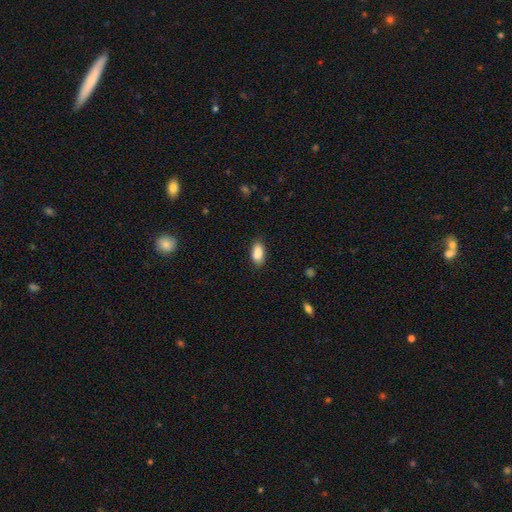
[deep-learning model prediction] smooth 88%, star or artifact 7%, featured or disk 5%. Down the decision tree: how rounded — in between (90%); merging — none (82%).